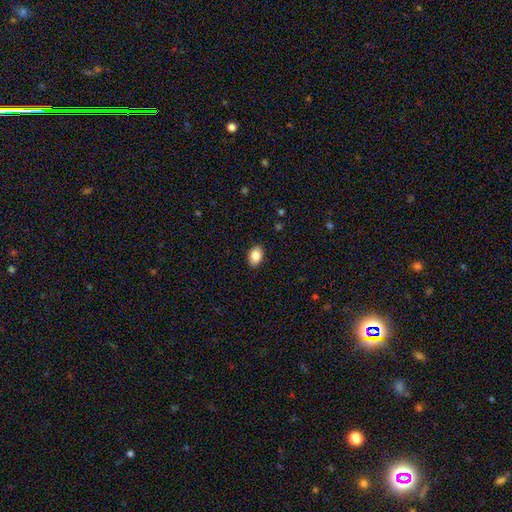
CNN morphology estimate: The model was most divided on "how rounded": in between: 83%, round: 16%, cigar-shaped: 1%. More confident: merging — none (89%); smooth or featured — smooth (86%).